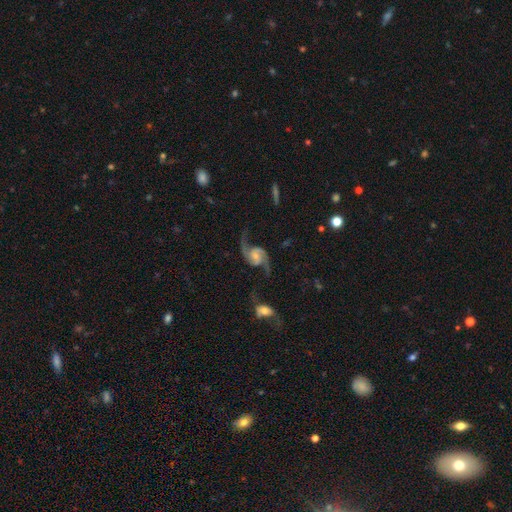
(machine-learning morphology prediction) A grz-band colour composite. It shows a featured or disk galaxy (91%) with no bar (58%), 2 (94%) loose (64%) spiral arms (98%) and a small central bulge (48%). Merging: none (68%).